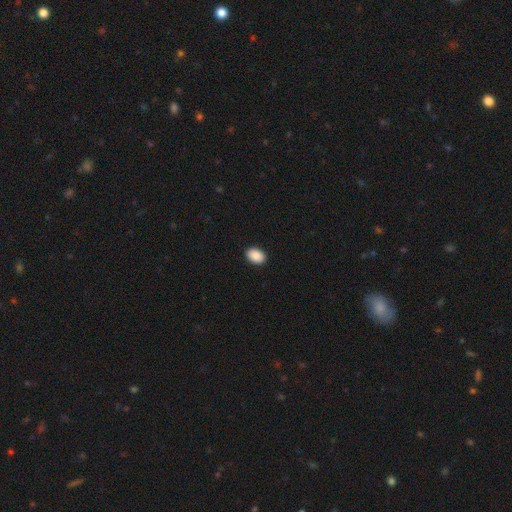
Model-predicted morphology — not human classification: smooth_or_featured: smooth (p=0.90) [alt: star or artifact p=0.07]
how_rounded: in between (p=0.79) [alt: round p=0.20]
merging: none (p=0.91) [alt: minor disturbance p=0.07]